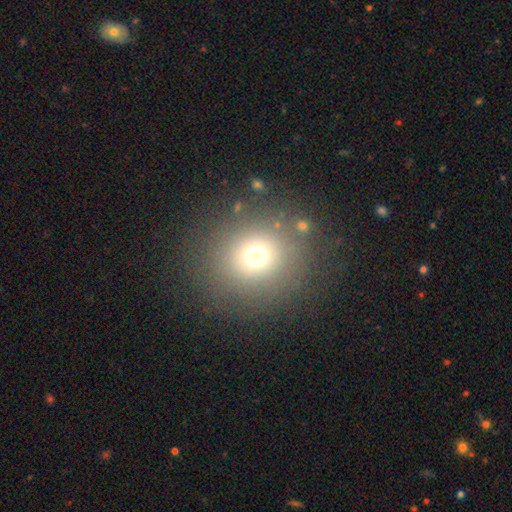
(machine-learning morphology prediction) Q: Smooth or featured?
A: smooth (69%); runner-up: star or artifact (19%)
Q: How rounded?
A: round (89%); runner-up: in between (10%)
Q: Merging?
A: none (84%); runner-up: minor disturbance (8%)